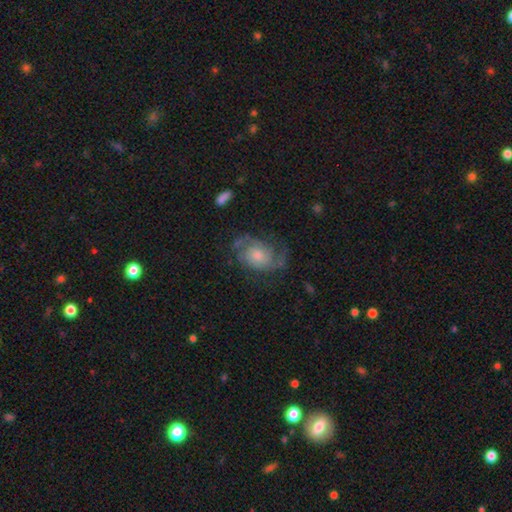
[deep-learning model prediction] A featured or disk galaxy (79%) with no bar (74%), 2 (68%) medium (46%) spiral arms (94%) and a moderate central bulge (47%).

Vote fractions:
- Smooth or featured? featured or disk: 79% / smooth: 14% / star or artifact: 7%
- Edge-on disk? no: 97% / yes: 3%
- Bar? no: 74% / weak: 22% / strong: 3%
- Spiral arms? yes: 94% / no: 6%
- Spiral winding? medium: 46% / tight: 35% / loose: 19%
- Spiral arm count? 2: 68% / can't tell: 13% / 3: 9% / 1: 4% / 4: 3% / more than 4: 3%
- Bulge size? moderate: 47% / small: 36% / large: 11% / none: 4% / dominant: 2%
- Merging? none: 66% / minor disturbance: 20% / major disturbance: 13% / merger: 2%